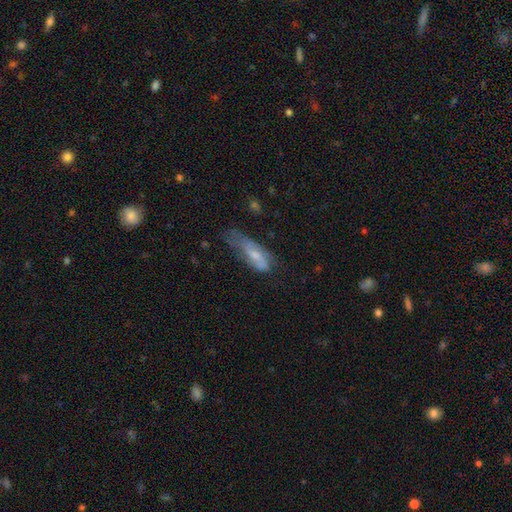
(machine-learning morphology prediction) Overall: smooth (48%; featured or disk 45%). Merging: minor disturbance (35%; none 32%).